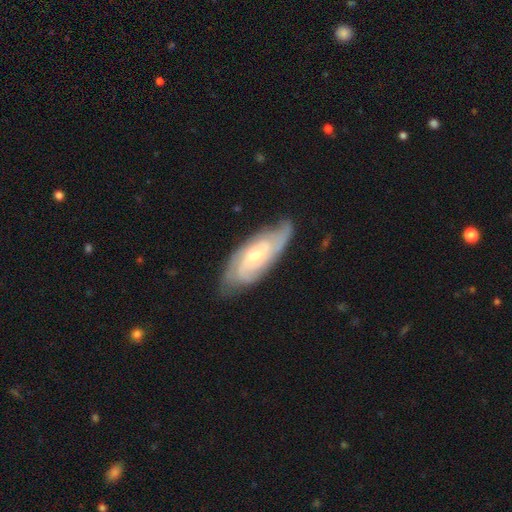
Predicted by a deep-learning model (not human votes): A featured or disk galaxy (82%) with no bar (63%), 2 (37%) tight (55%) spiral arms (95%) and a small central bulge (56%).

Vote fractions:
- Smooth or featured? featured or disk: 82% / smooth: 13% / star or artifact: 5%
- Edge-on disk? no: 91% / yes: 9%
- Bar? no: 63% / weak: 30% / strong: 7%
- Spiral arms? yes: 95% / no: 5%
- Spiral winding? tight: 55% / medium: 36% / loose: 9%
- Spiral arm count? 2: 37% / can't tell: 25% / 3: 23% / 4: 7% / 1: 4% / more than 4: 3%
- Bulge size? small: 56% / moderate: 40% / large: 2% / none: 1% / dominant: 1%
- Merging? none: 75% / minor disturbance: 19% / major disturbance: 4% / merger: 1%